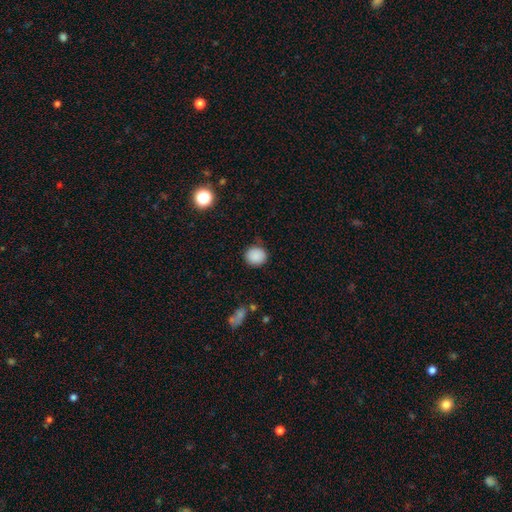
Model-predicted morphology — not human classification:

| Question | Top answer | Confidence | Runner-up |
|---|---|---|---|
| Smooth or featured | smooth | 88% | star or artifact (9%) |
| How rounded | round | 86% | in between (13%) |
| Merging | none | 84% | minor disturbance (12%) |